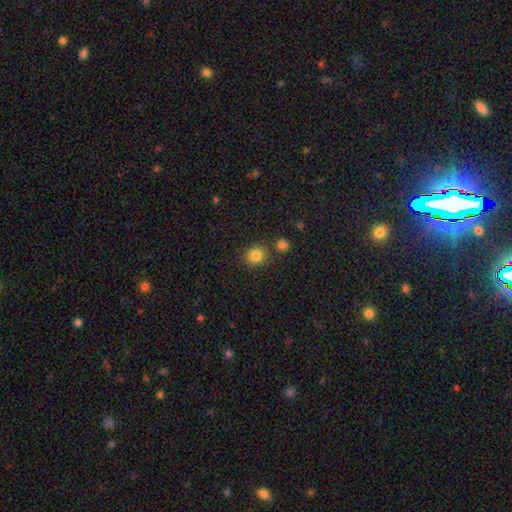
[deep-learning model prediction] smooth 84%, star or artifact 12%, featured or disk 5%. Down the decision tree: how rounded — round (82%); merging — none (79%).